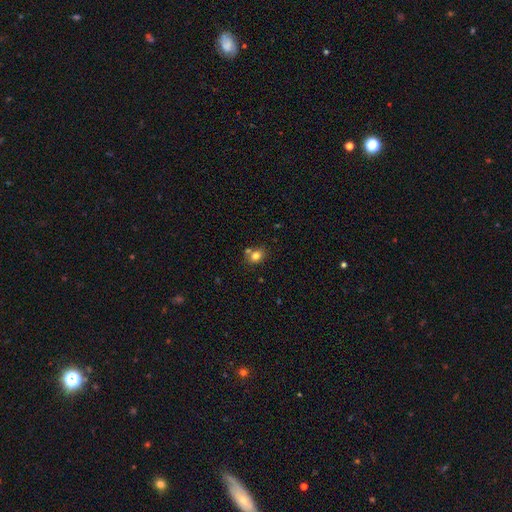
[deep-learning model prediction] A smooth galaxy with no disk features (80%) that is in between round and cigar-shaped (55%).

Vote fractions:
- Smooth or featured? smooth: 80% / star or artifact: 11% / featured or disk: 9%
- How rounded? in between: 55% / round: 44% / cigar-shaped: 1%
- Merging? none: 66% / merger: 18% / minor disturbance: 13% / major disturbance: 3%